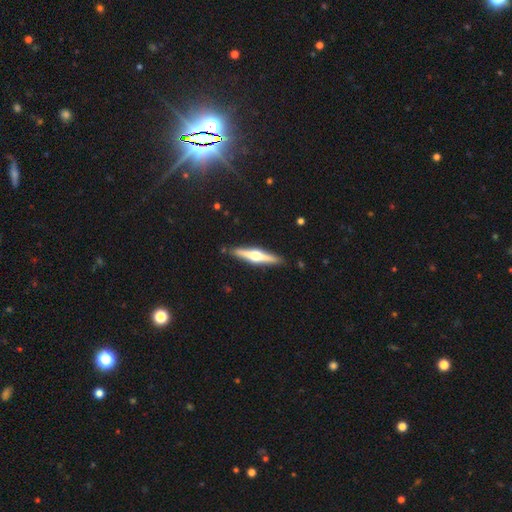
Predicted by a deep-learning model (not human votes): smooth_or_featured: featured or disk (p=0.70) [alt: smooth p=0.25]
disk_edge_on: yes (p=0.98) [alt: no p=0.02]
edge_on_bulge: rounded (p=0.93) [alt: boxy p=0.04]
merging: none (p=0.89) [alt: minor disturbance p=0.08]